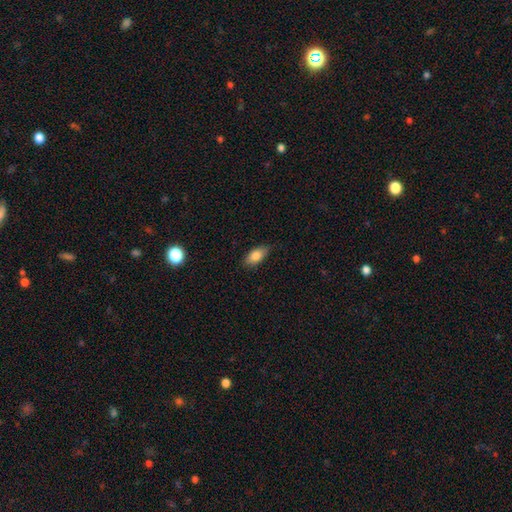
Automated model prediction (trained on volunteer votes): Smooth or featured?
  - smooth: 81% *
  - featured or disk: 11%
  - star or artifact: 7%
How rounded?
  - in between: 88% *
  - cigar-shaped: 8%
  - round: 4%
Merging?
  - none: 82% *
  - minor disturbance: 15%
  - major disturbance: 2%
  - merger: 1%